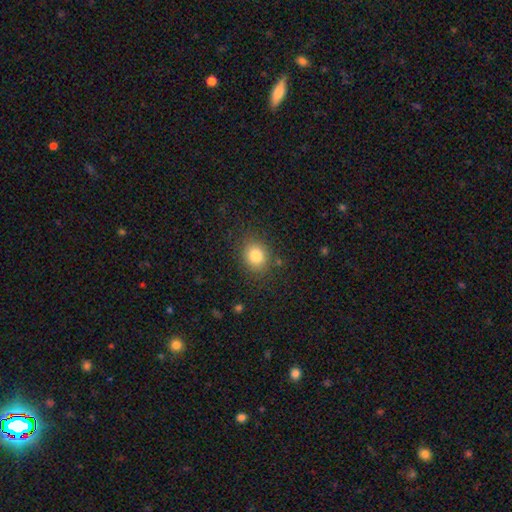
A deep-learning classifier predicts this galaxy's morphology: Smooth or featured: smooth — 82% (star or artifact — 11%)
How rounded: round — 66% (in between — 33%)
Merging: none — 84% (minor disturbance — 10%)